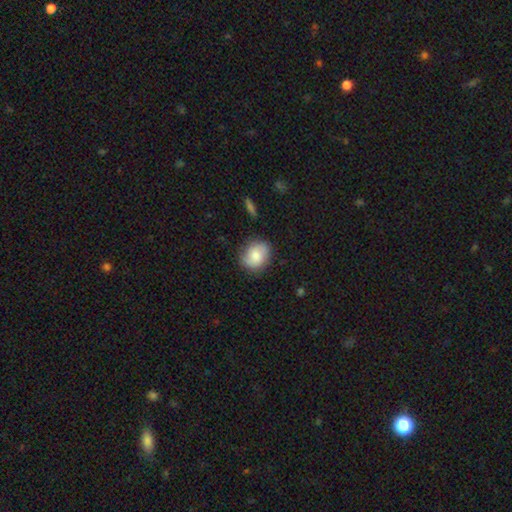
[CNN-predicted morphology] Smooth or featured? Predicted: smooth (p=0.66). How rounded? Predicted: round (p=0.55). Merging? Predicted: none (p=0.75).